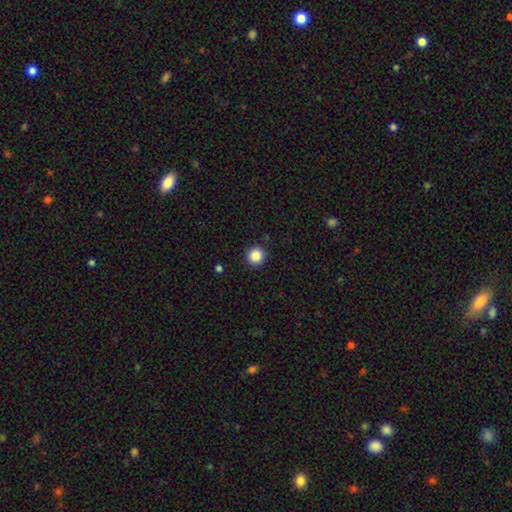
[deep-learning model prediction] Smooth or featured? smooth (87%)
How rounded? round (95%)
Merging? none (92%)